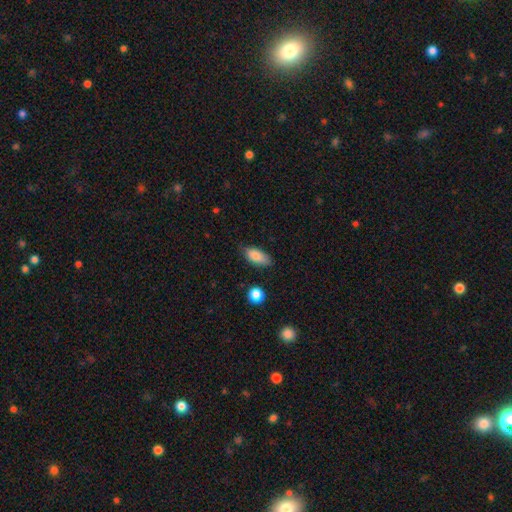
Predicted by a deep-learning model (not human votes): Q: Smooth or featured?
A: smooth (84%); runner-up: featured or disk (8%)
Q: How rounded?
A: in between (87%); runner-up: cigar-shaped (9%)
Q: Merging?
A: none (75%); runner-up: minor disturbance (20%)